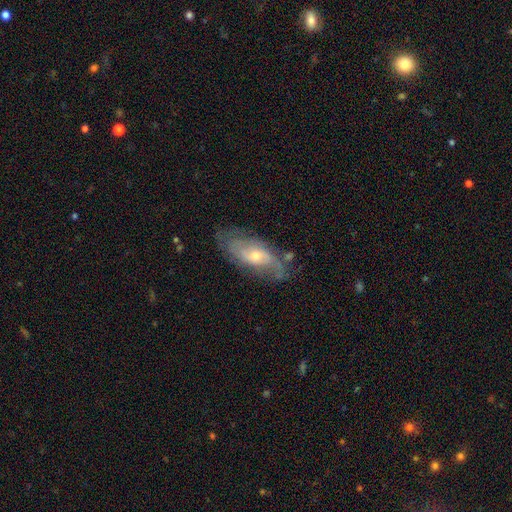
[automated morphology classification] The model was most divided on "bulge size" (2-way tie): moderate: 48%, small: 48%, large: 2%, none: 1%, dominant: 1%. More confident: edge-on disk — no (86%); spiral arms — yes (82%); smooth or featured — featured or disk (71%); merging — none (68%); bar — no (59%).